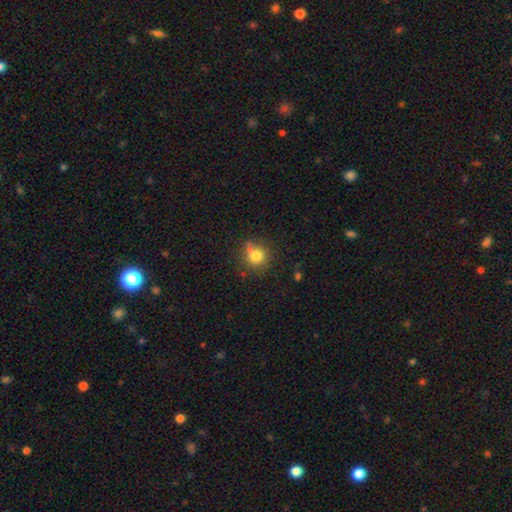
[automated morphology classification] A smooth galaxy with no disk features (79%) that is round (91%).

Vote fractions:
- Smooth or featured? smooth: 79% / star or artifact: 12% / featured or disk: 9%
- How rounded? round: 91% / in between: 8% / cigar-shaped: 1%
- Merging? none: 72% / minor disturbance: 13% / merger: 11% / major disturbance: 4%